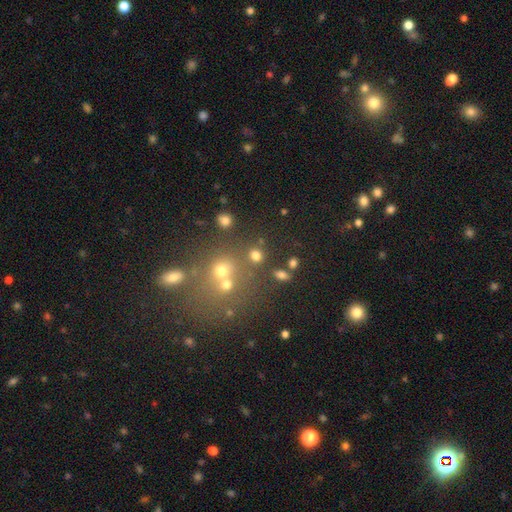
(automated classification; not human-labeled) This is likely a smooth galaxy (73%). How rounded: likely round (78%). Merging: likely none (71%).